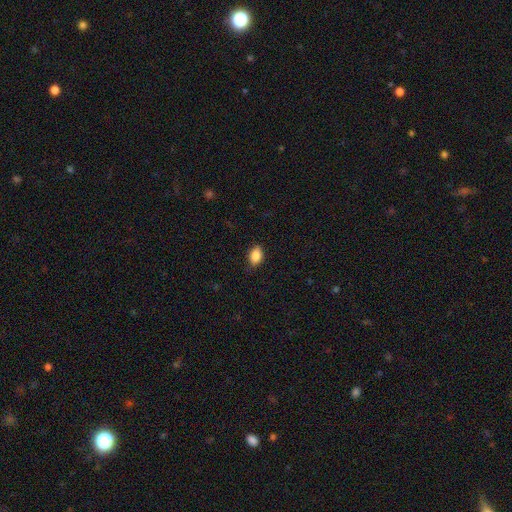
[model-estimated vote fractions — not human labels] Morphology: type=smooth (88%); roundness=in between (85%); merging=none (83%).